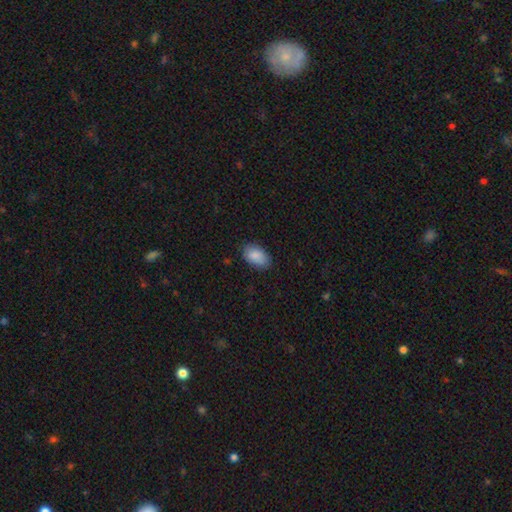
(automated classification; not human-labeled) Q: Smooth or featured?
A: smooth (87%); runner-up: featured or disk (6%)
Q: How rounded?
A: in between (93%); runner-up: round (6%)
Q: Merging?
A: none (79%); runner-up: minor disturbance (16%)